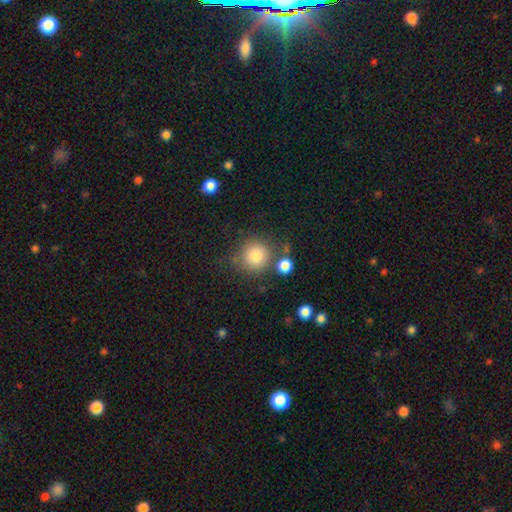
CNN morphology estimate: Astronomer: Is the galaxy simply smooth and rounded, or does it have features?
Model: smooth — 82%.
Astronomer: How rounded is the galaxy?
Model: round — 92%.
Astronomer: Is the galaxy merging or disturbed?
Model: none — 72%.